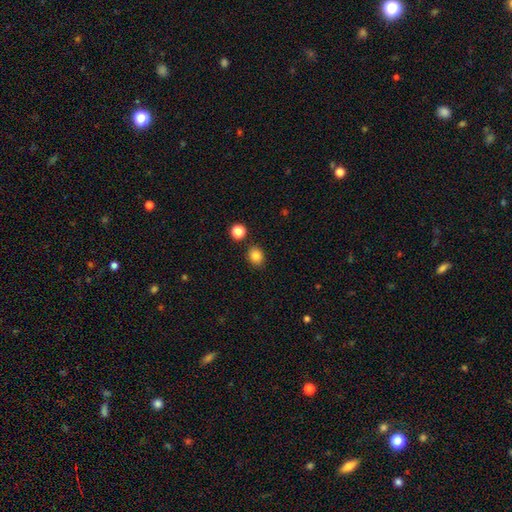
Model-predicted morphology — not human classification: A smooth galaxy with no disk features (84%) that is round (64%).

Vote fractions:
- Smooth or featured? smooth: 84% / star or artifact: 11% / featured or disk: 5%
- How rounded? round: 64% / in between: 35% / cigar-shaped: 1%
- Merging? none: 84% / minor disturbance: 9% / merger: 4% / major disturbance: 2%